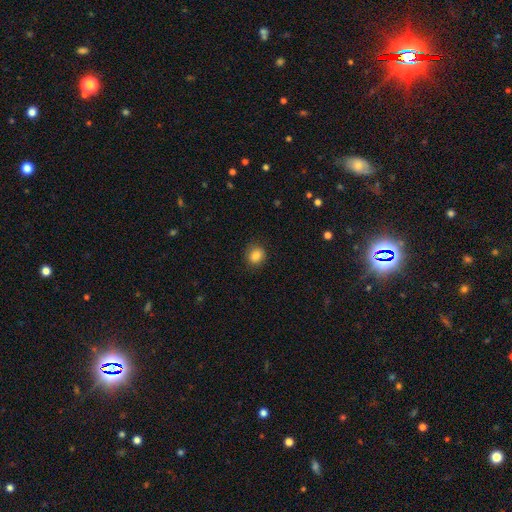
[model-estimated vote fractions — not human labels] smooth 85%, star or artifact 10%, featured or disk 5%. Down the decision tree: how rounded — round (72%); merging — none (84%).